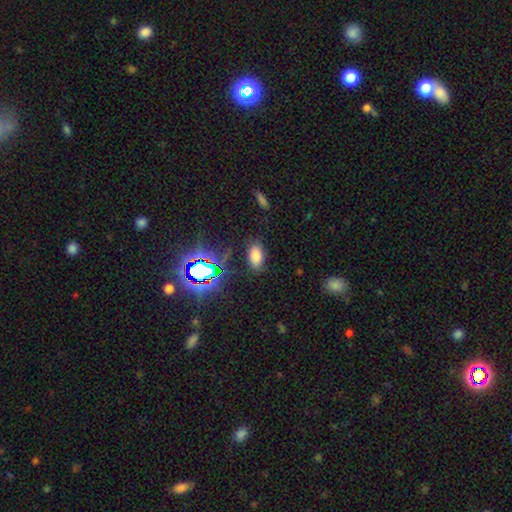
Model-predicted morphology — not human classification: Q: Smooth or featured?
A: smooth (70%); runner-up: star or artifact (22%)
Q: How rounded?
A: in between (92%); runner-up: round (6%)
Q: Merging?
A: none (81%); runner-up: minor disturbance (12%)